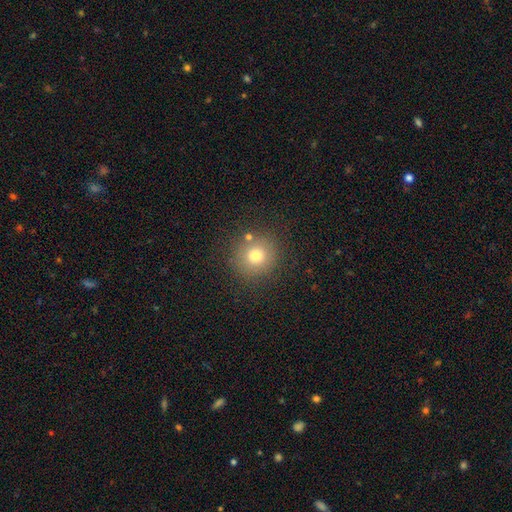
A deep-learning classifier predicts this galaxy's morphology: Smooth or featured? Predicted: smooth (p=0.76). How rounded? Predicted: round (p=0.91). Merging? Predicted: none (p=0.82).